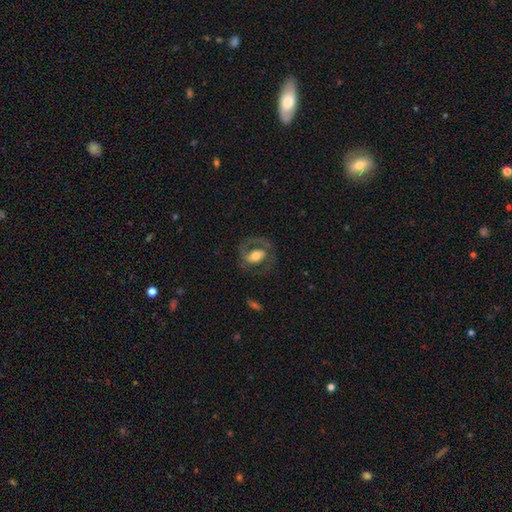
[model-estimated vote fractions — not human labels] A featured or disk galaxy (61%) with no bar (46%), spiral arms (63%) and a moderate central bulge (57%). Merging: none (60%).